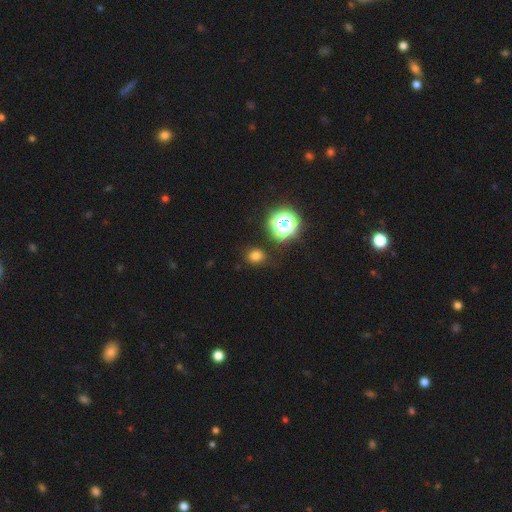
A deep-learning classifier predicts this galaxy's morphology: This is likely a smooth galaxy (70%). How rounded: likely round (63%). Merging: clearly none (84%).